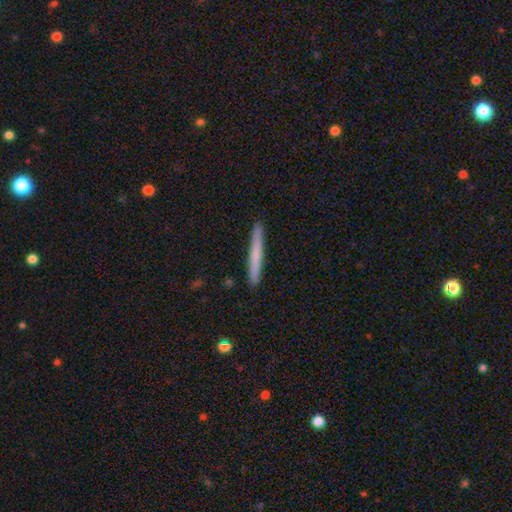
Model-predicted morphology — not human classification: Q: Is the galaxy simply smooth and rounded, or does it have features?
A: smooth — 66%.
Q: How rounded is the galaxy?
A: cigar-shaped — 97%.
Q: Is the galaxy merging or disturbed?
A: none — 92%.